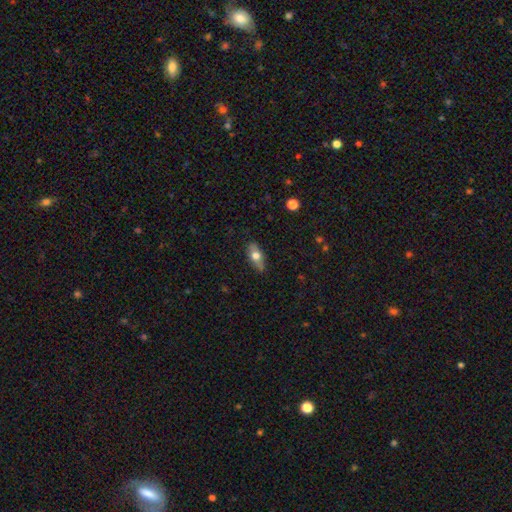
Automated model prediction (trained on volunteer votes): A smooth galaxy with no disk features (61%) that is in between round and cigar-shaped (76%).

Vote fractions:
- Smooth or featured? smooth: 61% / featured or disk: 32% / star or artifact: 7%
- How rounded? in between: 76% / cigar-shaped: 18% / round: 5%
- Merging? none: 83% / minor disturbance: 13% / major disturbance: 3% / merger: 1%